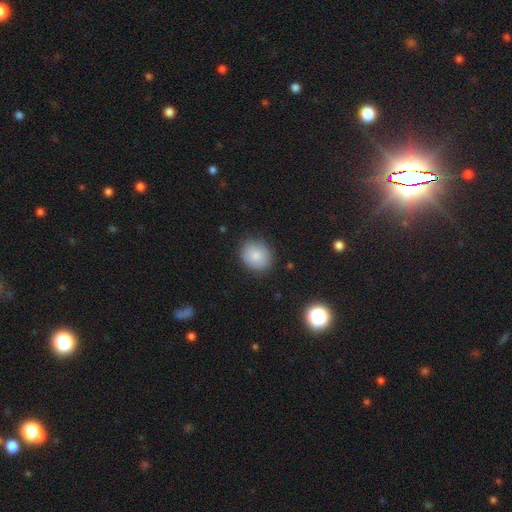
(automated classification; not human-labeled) Morphology: type=smooth (82%); roundness=round (70%); merging=none (83%).